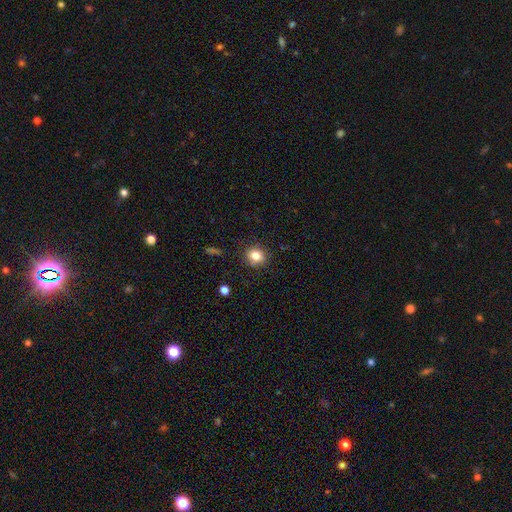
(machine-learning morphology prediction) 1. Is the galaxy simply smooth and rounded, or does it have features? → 81% smooth, 11% star or artifact, 7% featured or disk.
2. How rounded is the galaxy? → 74% round, 25% in between, 1% cigar-shaped.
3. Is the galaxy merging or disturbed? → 87% none, 9% minor disturbance, 2% major disturbance, 1% merger.